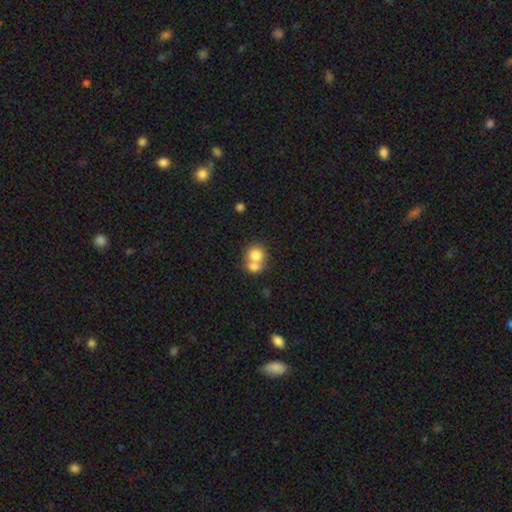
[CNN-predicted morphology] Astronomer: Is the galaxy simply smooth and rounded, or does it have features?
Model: smooth — 76%.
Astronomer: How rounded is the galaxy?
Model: round — 78%.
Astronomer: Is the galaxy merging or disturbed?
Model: merger — 62%.